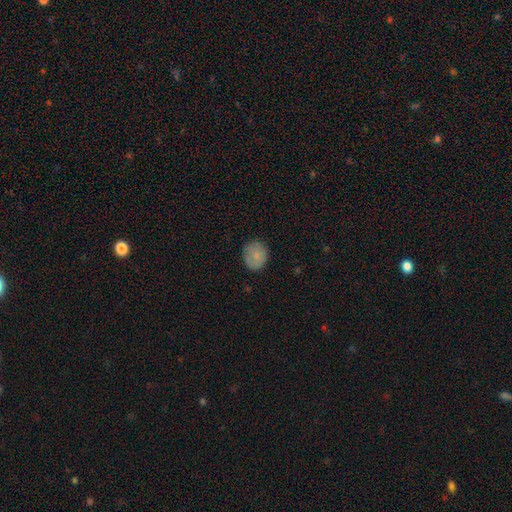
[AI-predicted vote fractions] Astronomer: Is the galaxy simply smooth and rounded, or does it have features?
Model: smooth — 81%.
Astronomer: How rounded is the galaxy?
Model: round — 62%.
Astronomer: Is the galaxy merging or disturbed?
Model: none — 80%.